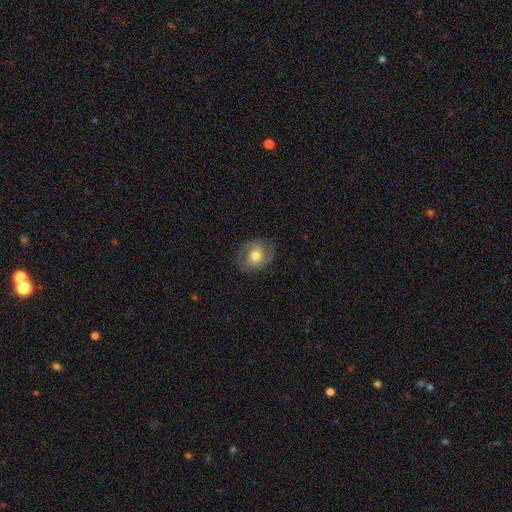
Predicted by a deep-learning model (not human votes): The model was most divided on "smooth or featured": featured or disk: 51%, smooth: 41%, star or artifact: 8%. More confident: edge-on disk — no (96%); merging — none (73%).